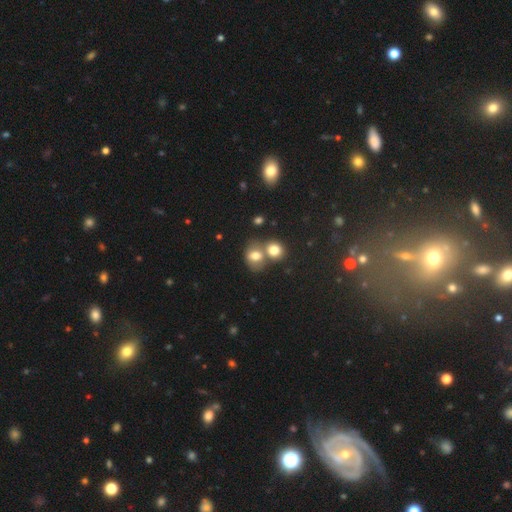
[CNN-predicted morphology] Smooth or featured? smooth (74%)
How rounded? round (55%)
Merging? merger (49%)